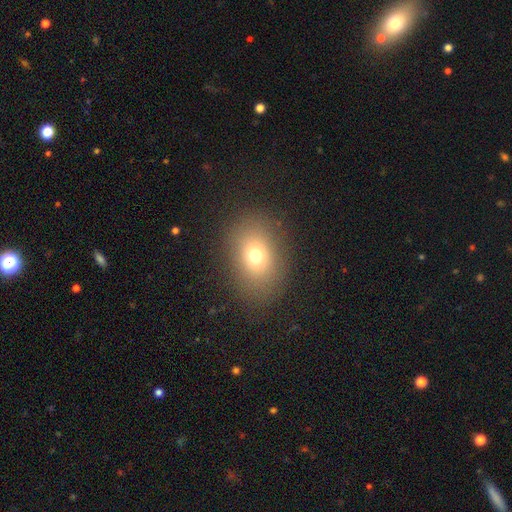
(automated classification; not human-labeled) This appears to be a smooth galaxy with no disk features (72%) that is in between round and cigar-shaped (63%). Merging: none (84%).